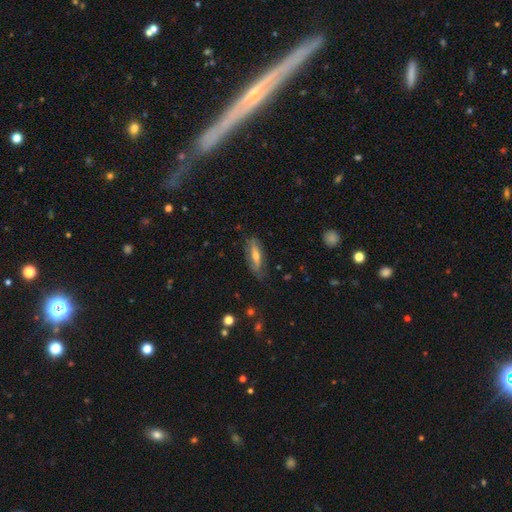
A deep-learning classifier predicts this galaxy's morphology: This appears to be a featured or disk galaxy (47%). Merging: none (73%).